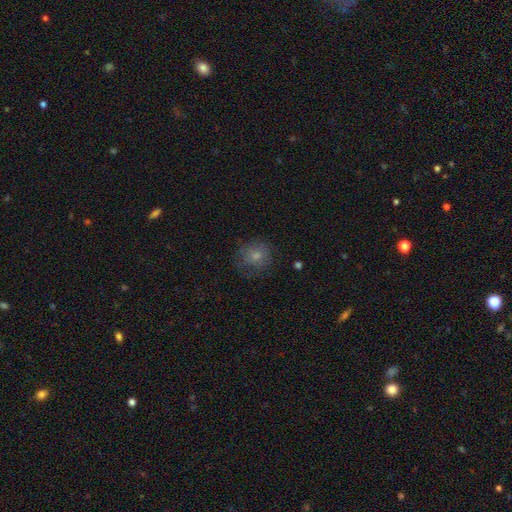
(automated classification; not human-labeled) Overall: smooth (74%). How rounded: round (78%). Merging: none (66%).